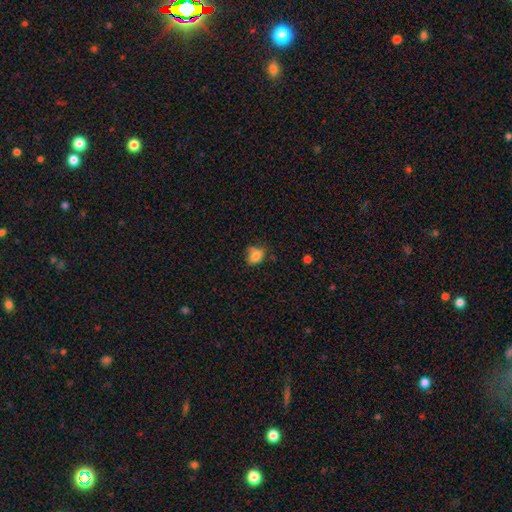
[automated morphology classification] Smooth or featured?
  - smooth: 79% *
  - star or artifact: 10%
  - featured or disk: 10%
How rounded?
  - in between: 63% *
  - round: 35%
  - cigar-shaped: 1%
Merging?
  - none: 50% *
  - minor disturbance: 33%
  - major disturbance: 12%
  - merger: 5%